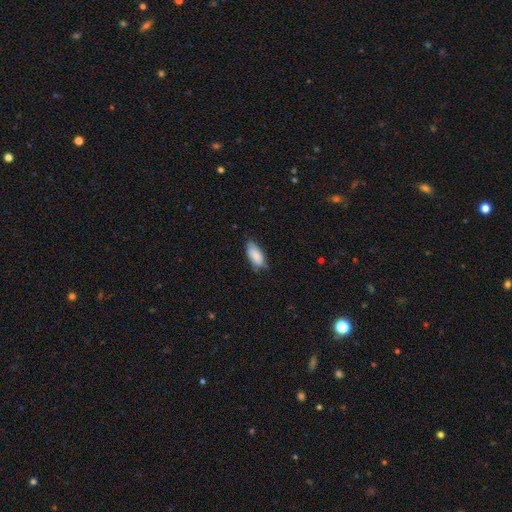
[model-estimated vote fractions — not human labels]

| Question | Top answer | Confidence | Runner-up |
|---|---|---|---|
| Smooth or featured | smooth | 78% | featured or disk (15%) |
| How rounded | in between | 87% | cigar-shaped (10%) |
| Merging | none | 62% | minor disturbance (31%) |